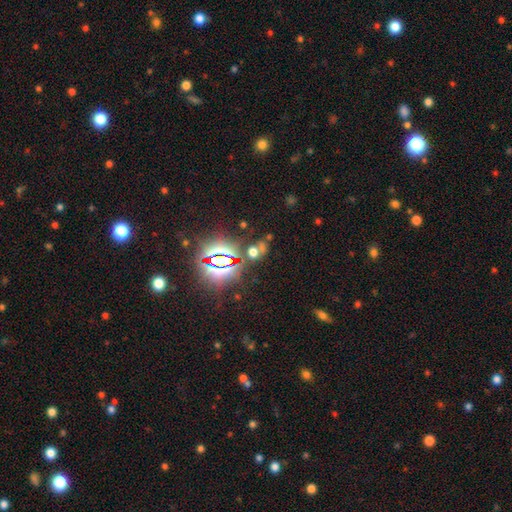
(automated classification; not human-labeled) Smooth or featured?
  - star or artifact: 55% *
  - smooth: 34%
  - featured or disk: 11%